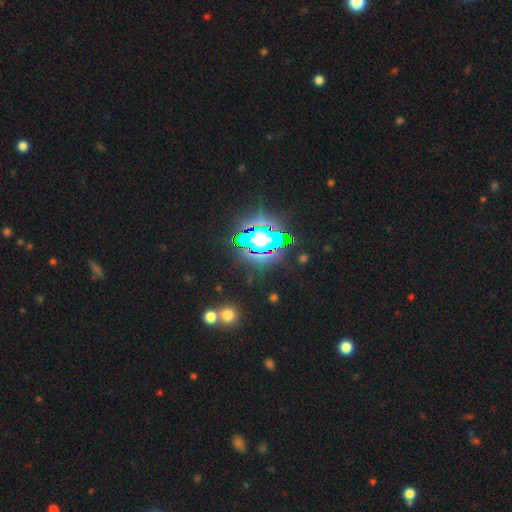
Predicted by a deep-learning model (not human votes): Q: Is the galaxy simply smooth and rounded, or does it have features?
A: star or artifact — 83%.